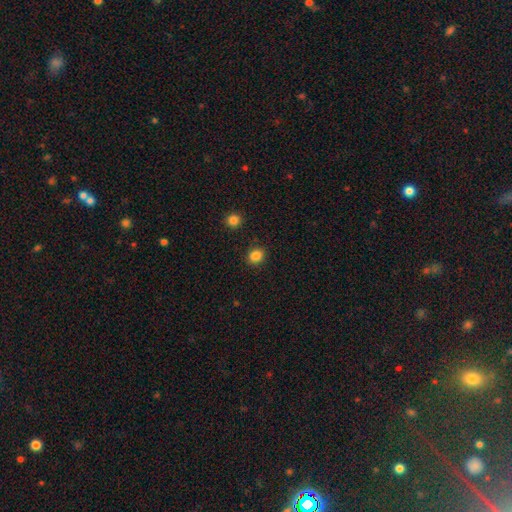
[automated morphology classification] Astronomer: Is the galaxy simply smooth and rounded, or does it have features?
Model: smooth — 86%.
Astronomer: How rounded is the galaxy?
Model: round — 70%.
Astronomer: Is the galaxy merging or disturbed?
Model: none — 89%.